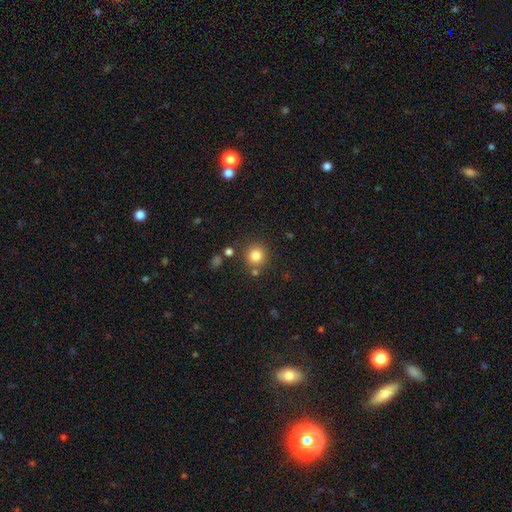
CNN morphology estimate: smooth-or-featured: smooth: 82% | star or artifact: 12% | featured or disk: 6%
  how-rounded: round: 93% | in between: 7% | cigar-shaped: 1%
  merging: none: 81% | minor disturbance: 8% | merger: 8% | major disturbance: 3%